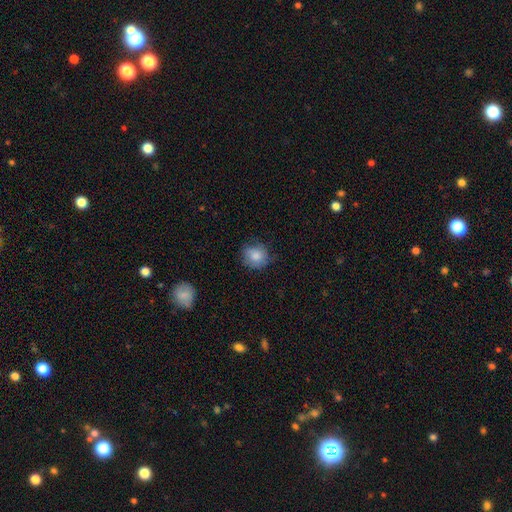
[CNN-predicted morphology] Q: Smooth or featured?
A: smooth (83%); runner-up: featured or disk (9%)
Q: How rounded?
A: round (82%); runner-up: in between (17%)
Q: Merging?
A: none (73%); runner-up: minor disturbance (21%)